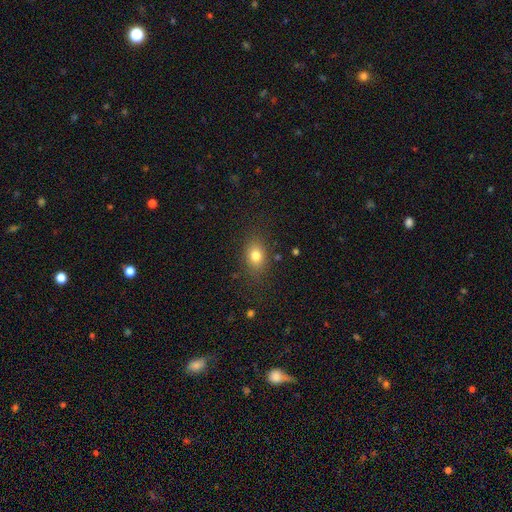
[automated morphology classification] type=smooth (79%); roundness=in between (66%); merging=none (81%).